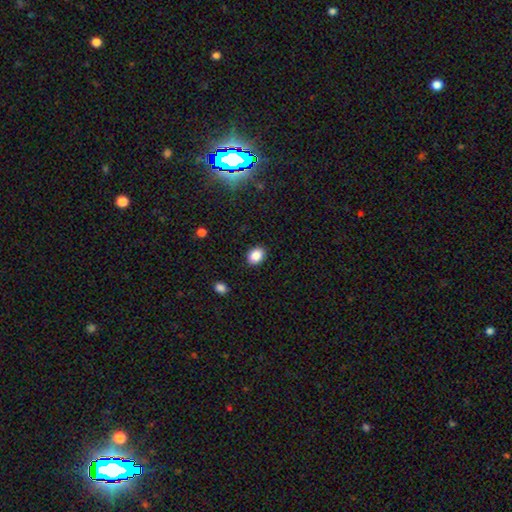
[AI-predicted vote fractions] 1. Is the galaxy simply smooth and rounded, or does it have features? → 87% smooth, 9% star or artifact, 4% featured or disk.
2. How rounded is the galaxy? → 63% in between, 36% round, 1% cigar-shaped.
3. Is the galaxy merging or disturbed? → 89% none, 8% minor disturbance, 2% major disturbance, 1% merger.